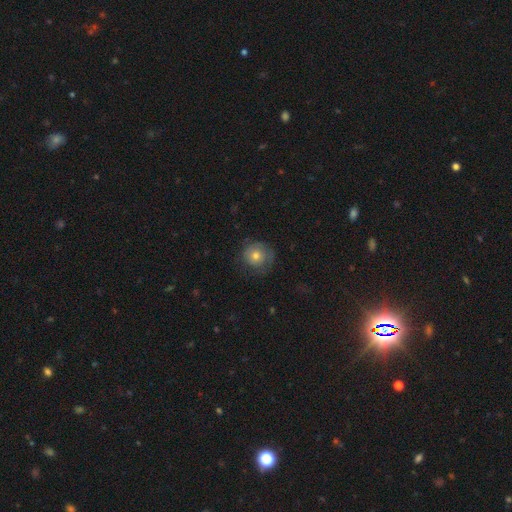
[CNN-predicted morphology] This is likely a smooth galaxy (68%). How rounded: clearly round (89%). Merging: likely none (67%).